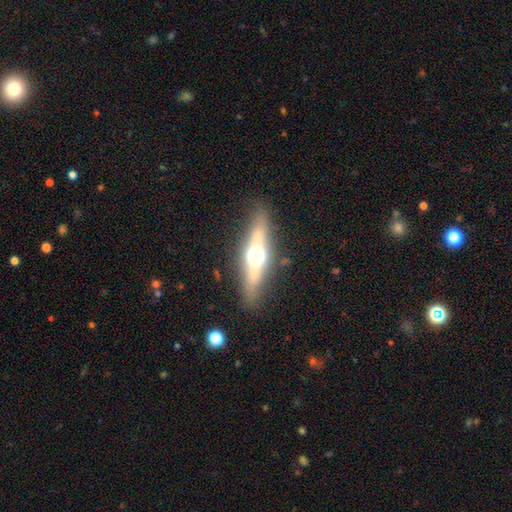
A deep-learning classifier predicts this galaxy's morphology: Q: Smooth or featured?
A: featured or disk (59%); runner-up: smooth (33%)
Q: Edge-on disk?
A: yes (88%); runner-up: no (12%)
Q: Edge-on bulge?
A: rounded (95%); runner-up: boxy (3%)
Q: Merging?
A: none (85%); runner-up: minor disturbance (10%)